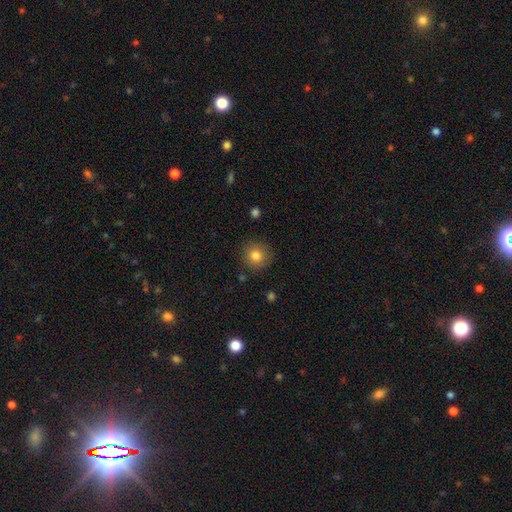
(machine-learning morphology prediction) A smooth galaxy with no disk features (82%) that is round (92%). Merging: none (88%).